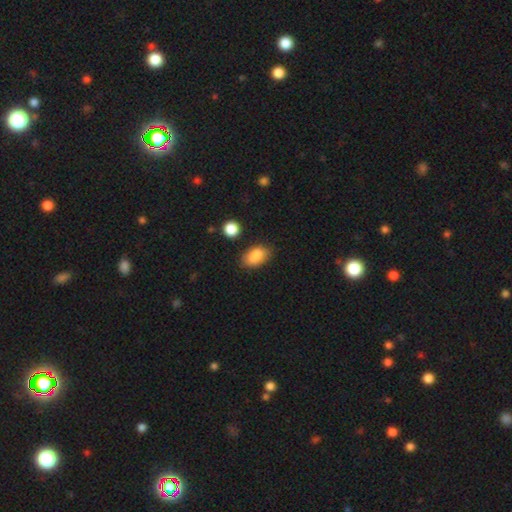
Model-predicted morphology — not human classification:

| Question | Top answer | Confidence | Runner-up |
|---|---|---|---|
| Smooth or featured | smooth | 86% | star or artifact (8%) |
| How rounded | in between | 90% | round (8%) |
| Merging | none | 75% | minor disturbance (18%) |